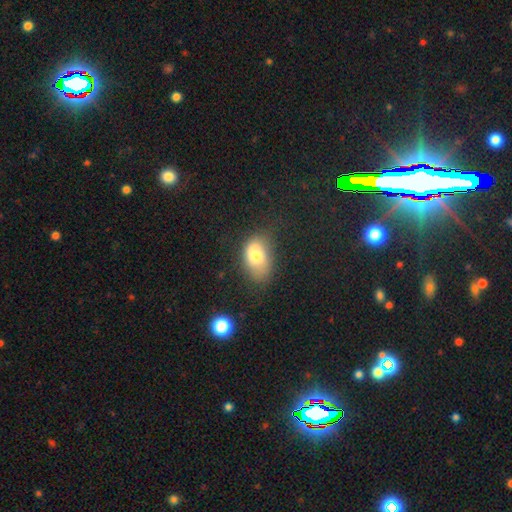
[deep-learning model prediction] This appears to be a smooth galaxy with no disk features (74%) that is in between round and cigar-shaped (85%). Merging: none (57%).